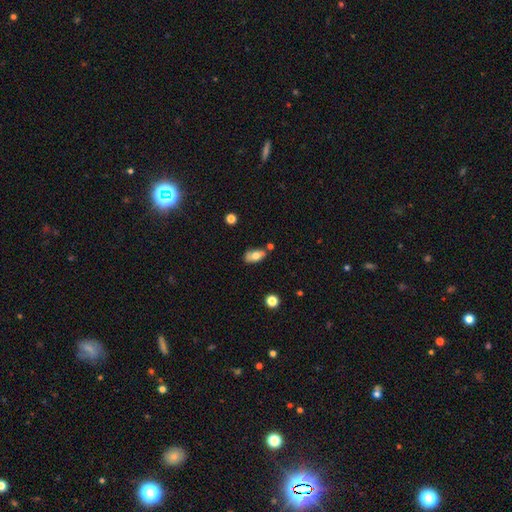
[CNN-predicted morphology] smooth-or-featured: smooth: 67% | featured or disk: 25% | star or artifact: 8%
  how-rounded: in between: 88% | cigar-shaped: 6% | round: 6%
  merging: none: 59% | minor disturbance: 24% | merger: 11% | major disturbance: 6%